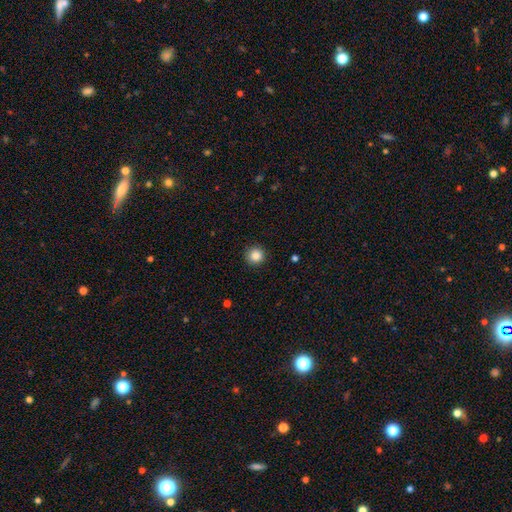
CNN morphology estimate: Overall: smooth (86%). How rounded: round (95%). Merging: none (92%).